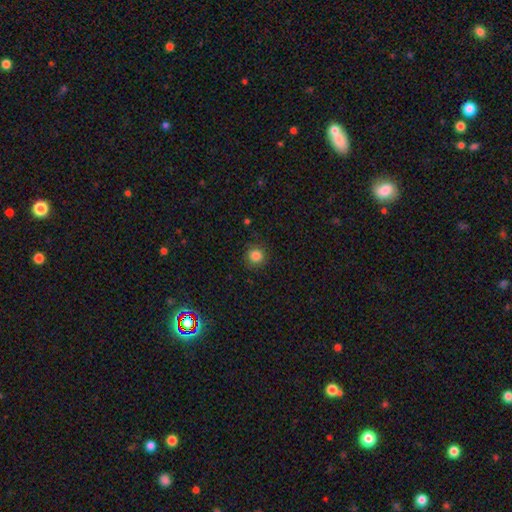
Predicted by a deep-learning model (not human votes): Smooth or featured? Predicted: smooth (p=0.84). How rounded? Predicted: round (p=0.93). Merging? Predicted: none (p=0.88).